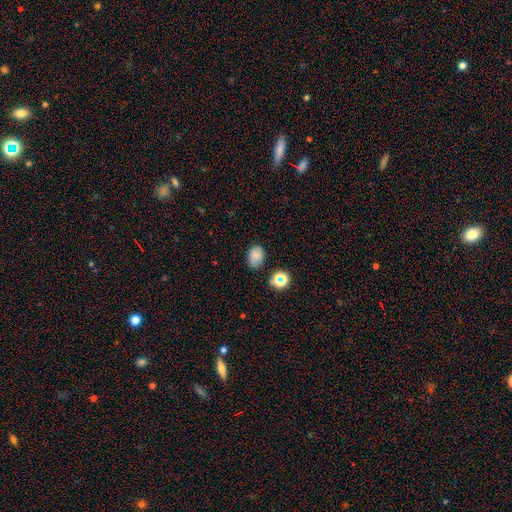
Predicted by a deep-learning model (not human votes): Smooth or featured?
  - smooth: 76% *
  - star or artifact: 14%
  - featured or disk: 10%
How rounded?
  - in between: 70% *
  - round: 29%
  - cigar-shaped: 1%
Merging?
  - none: 73% *
  - minor disturbance: 19%
  - major disturbance: 4%
  - merger: 4%